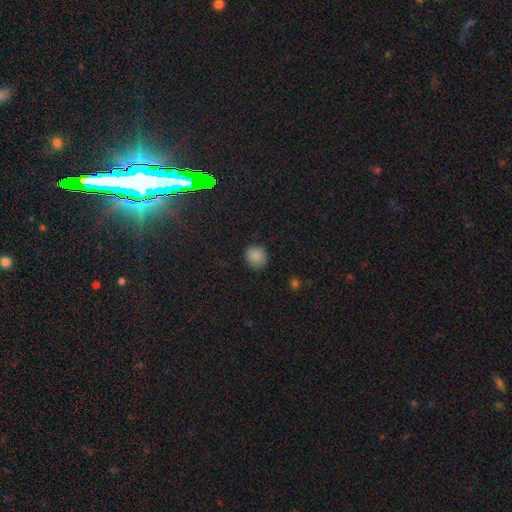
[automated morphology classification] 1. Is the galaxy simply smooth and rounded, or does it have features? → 86% smooth, 11% star or artifact, 4% featured or disk.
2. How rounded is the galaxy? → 84% round, 15% in between, 1% cigar-shaped.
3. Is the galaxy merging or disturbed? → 87% none, 9% minor disturbance, 2% major disturbance, 1% merger.